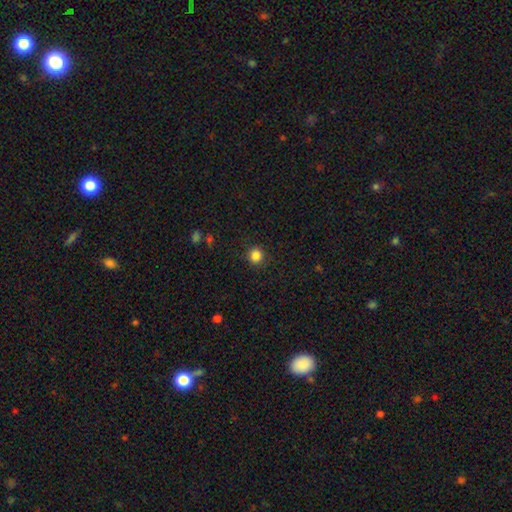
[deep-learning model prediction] This appears to be a smooth galaxy with no disk features (85%) that is round (91%). Merging: none (90%).